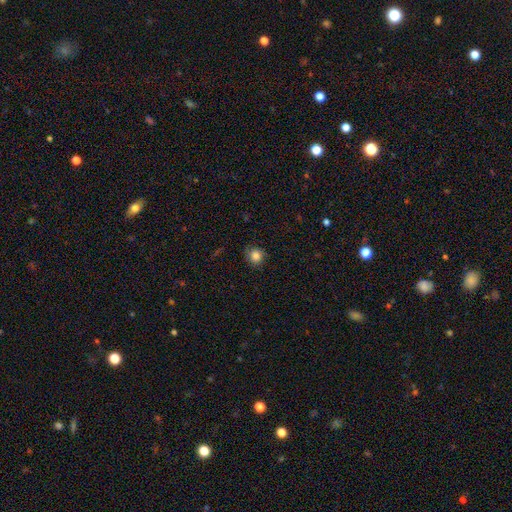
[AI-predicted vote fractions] Smooth or featured?
  - smooth: 83% *
  - star or artifact: 11%
  - featured or disk: 7%
How rounded?
  - round: 88% *
  - in between: 11%
  - cigar-shaped: 1%
Merging?
  - none: 81% *
  - minor disturbance: 15%
  - major disturbance: 4%
  - merger: 1%